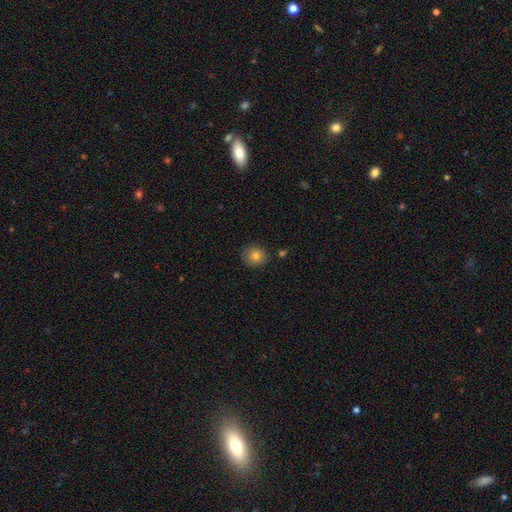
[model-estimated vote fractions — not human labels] This appears to be a smooth galaxy with no disk features (81%) that is round (89%). Merging: none (86%).